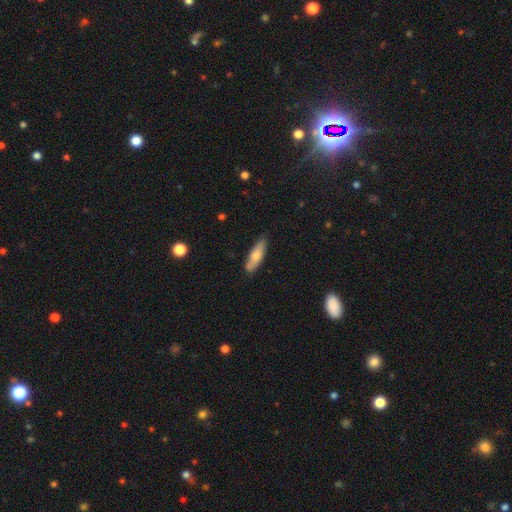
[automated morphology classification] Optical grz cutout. It shows a smooth galaxy with no disk features (66%) that is cigar-shaped (58%). Merging: none (83%).